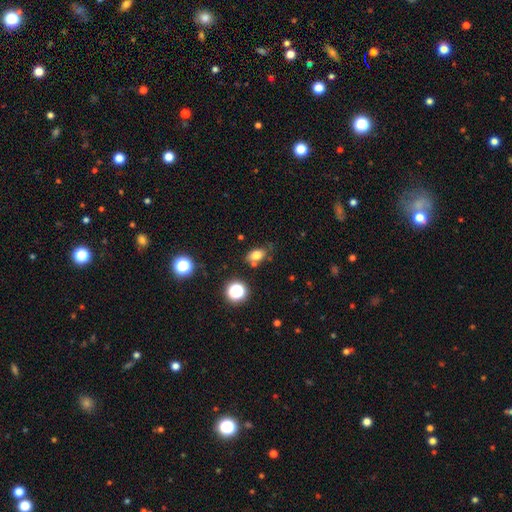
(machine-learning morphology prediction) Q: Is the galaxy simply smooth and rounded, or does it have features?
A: smooth — 76%.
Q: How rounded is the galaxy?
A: in between — 79%.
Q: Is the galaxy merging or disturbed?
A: none — 68%.